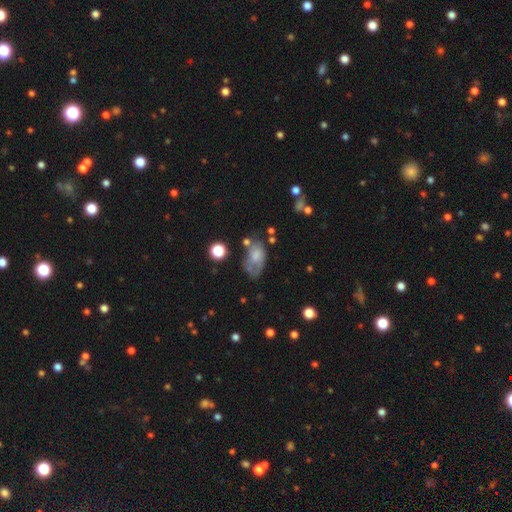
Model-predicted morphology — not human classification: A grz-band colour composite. It shows a smooth galaxy with no disk features (57%) that is in between round and cigar-shaped (88%). Merging: none (37%).